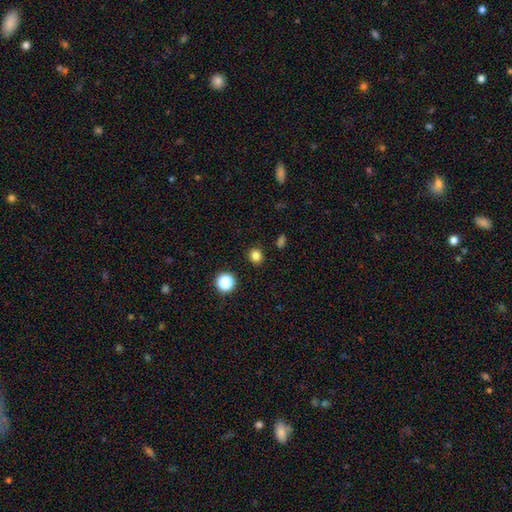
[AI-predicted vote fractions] Overall: smooth (82%). How rounded: round (82%). Merging: none (90%).